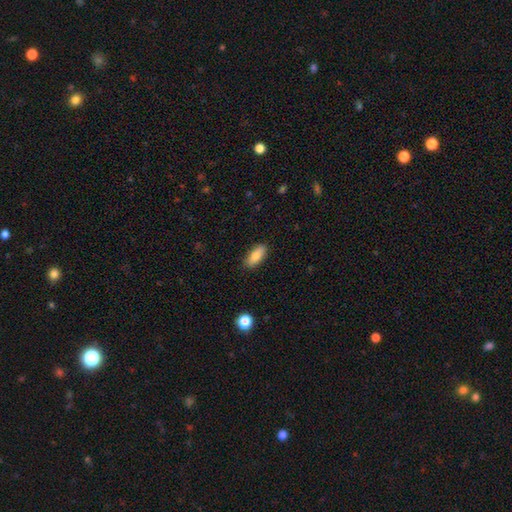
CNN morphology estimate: smooth_or_featured: smooth (p=0.78) [alt: featured or disk p=0.15]
how_rounded: in between (p=0.79) [alt: cigar-shaped p=0.18]
merging: none (p=0.87) [alt: minor disturbance p=0.10]